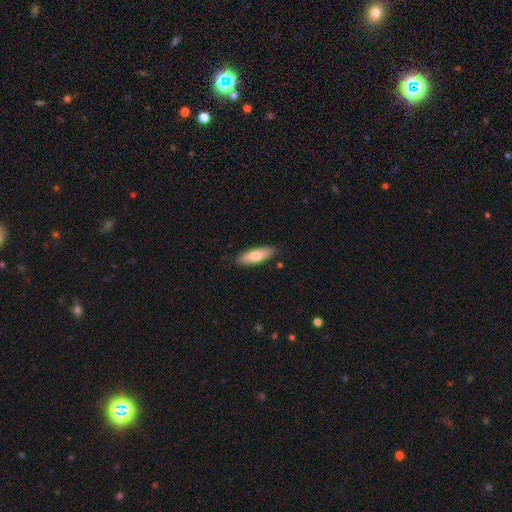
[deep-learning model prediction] Overall: smooth (73%). How rounded: in between (53%; cigar-shaped 45%). Merging: none (86%).